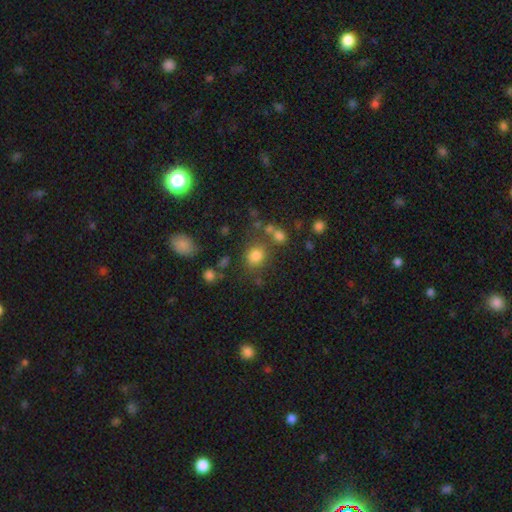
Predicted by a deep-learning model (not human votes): Smooth or featured: smooth — 79% (star or artifact — 14%)
How rounded: round — 77% (in between — 22%)
Merging: none — 72% (minor disturbance — 12%)